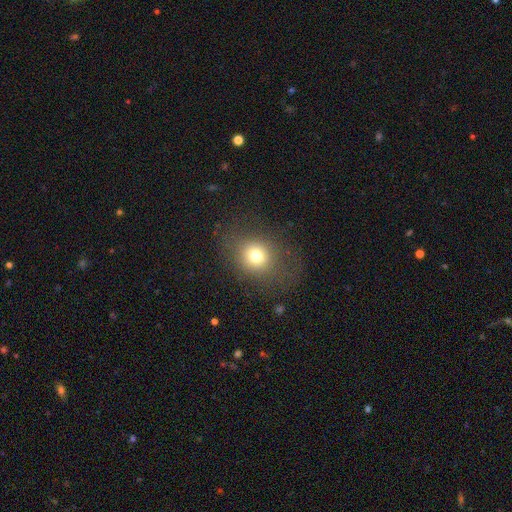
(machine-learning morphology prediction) A smooth galaxy with no disk features (73%) that is round (74%).

Vote fractions:
- Smooth or featured? smooth: 73% / star or artifact: 16% / featured or disk: 12%
- How rounded? round: 74% / in between: 25% / cigar-shaped: 1%
- Merging? none: 73% / minor disturbance: 14% / major disturbance: 12% / merger: 1%